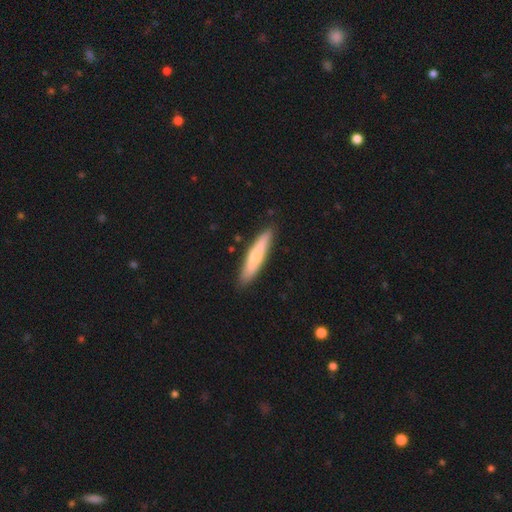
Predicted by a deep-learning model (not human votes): Overall: smooth (66%; featured or disk 29%). How rounded: cigar-shaped (88%). Merging: none (88%).